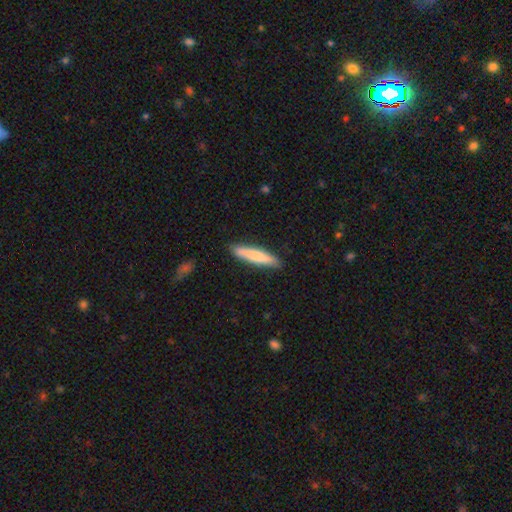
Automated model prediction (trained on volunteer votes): smooth_or_featured: smooth (p=0.79) [alt: featured or disk p=0.16]
how_rounded: cigar-shaped (p=0.87) [alt: in between p=0.12]
merging: none (p=0.85) [alt: minor disturbance p=0.11]